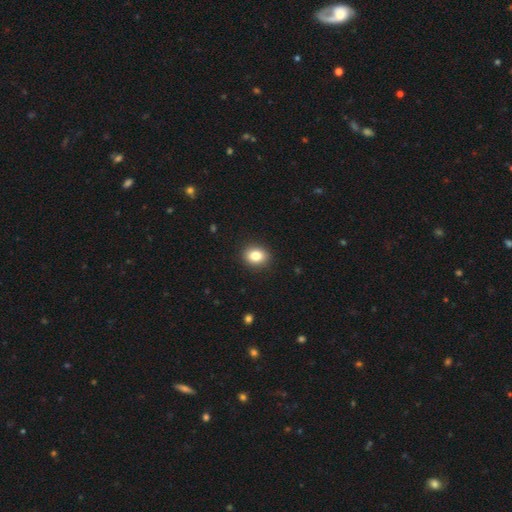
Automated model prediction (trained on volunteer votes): smooth-or-featured: smooth: 84% | star or artifact: 9% | featured or disk: 6%
  how-rounded: in between: 52% | round: 47% | cigar-shaped: 1%
  merging: none: 90% | minor disturbance: 7% | major disturbance: 2% | merger: 1%